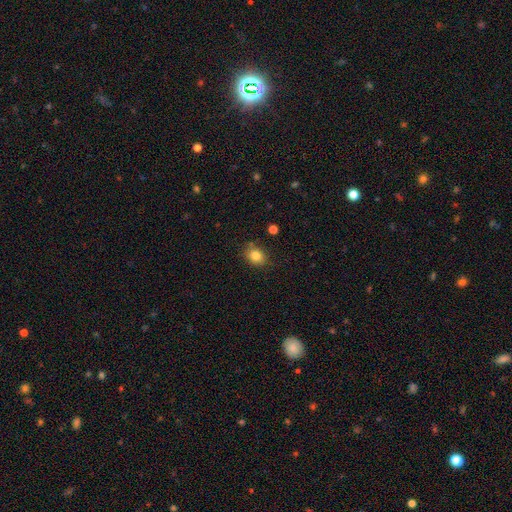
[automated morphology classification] This is clearly a smooth galaxy (83%). How rounded: possibly round (50%). Merging: clearly none (82%).